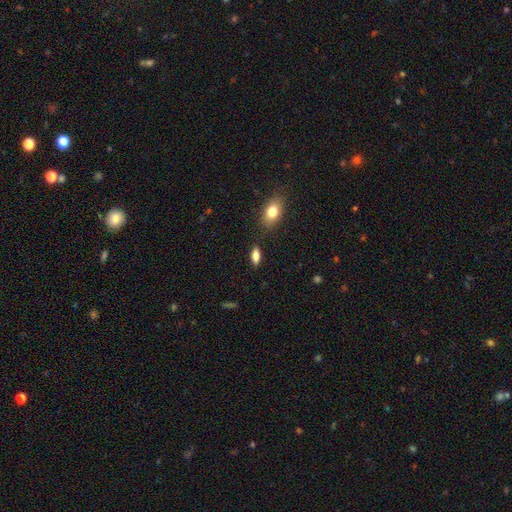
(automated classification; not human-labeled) Morphology: type=smooth (79%); roundness=in between (77%); merging=none (82%).